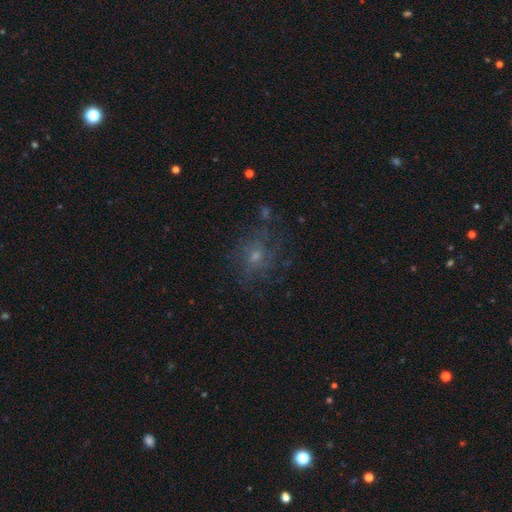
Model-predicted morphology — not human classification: featured or disk 47%, smooth 32%, star or artifact 21%. Down the decision tree: merging — none (67%).